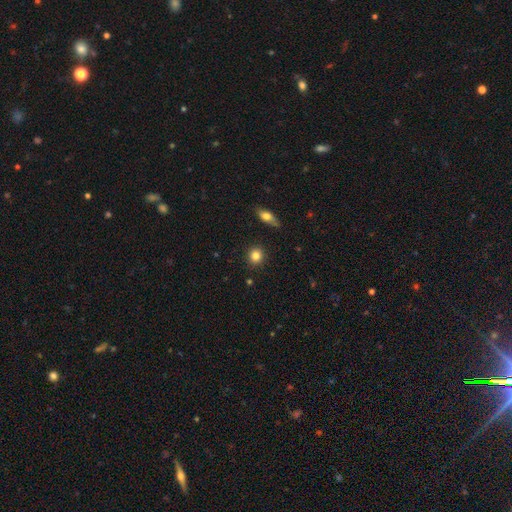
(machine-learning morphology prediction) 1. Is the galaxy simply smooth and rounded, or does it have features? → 84% smooth, 10% star or artifact, 6% featured or disk.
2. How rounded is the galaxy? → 86% round, 13% in between, 1% cigar-shaped.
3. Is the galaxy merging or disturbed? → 90% none, 6% minor disturbance, 2% major disturbance, 2% merger.